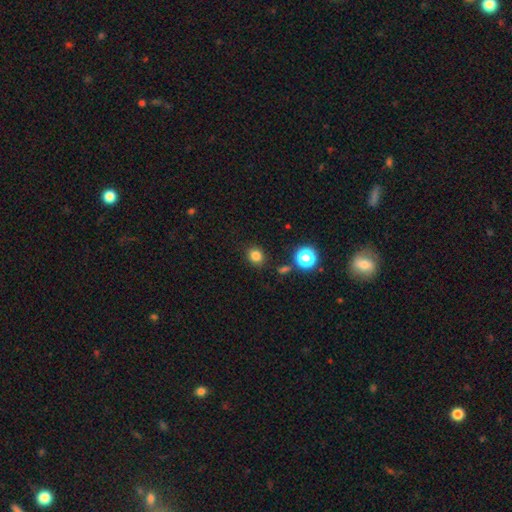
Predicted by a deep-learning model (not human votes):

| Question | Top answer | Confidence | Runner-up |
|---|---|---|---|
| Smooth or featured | smooth | 81% | star or artifact (14%) |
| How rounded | round | 75% | in between (24%) |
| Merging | none | 86% | minor disturbance (8%) |